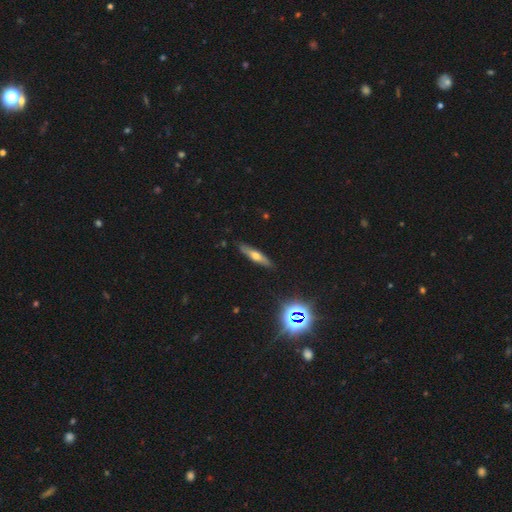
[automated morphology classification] Q: Smooth or featured?
A: featured or disk (46%); runner-up: smooth (42%)
Q: Merging?
A: none (88%); runner-up: minor disturbance (9%)